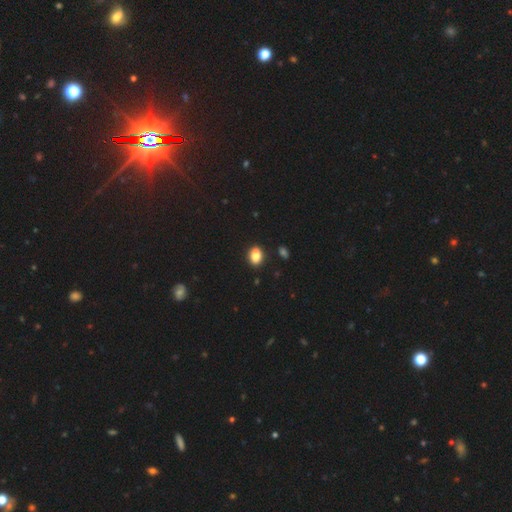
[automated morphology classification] This appears to be a smooth galaxy with no disk features (86%) that is in between round and cigar-shaped (80%). Merging: none (85%).